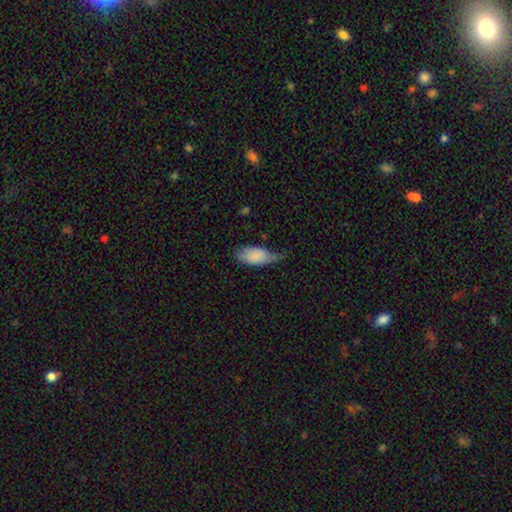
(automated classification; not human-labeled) A smooth galaxy with no disk features (80%) that is in between round and cigar-shaped (90%).

Vote fractions:
- Smooth or featured? smooth: 80% / featured or disk: 14% / star or artifact: 6%
- How rounded? in between: 90% / cigar-shaped: 7% / round: 2%
- Merging? minor disturbance: 46% / none: 31% / major disturbance: 20% / merger: 3%